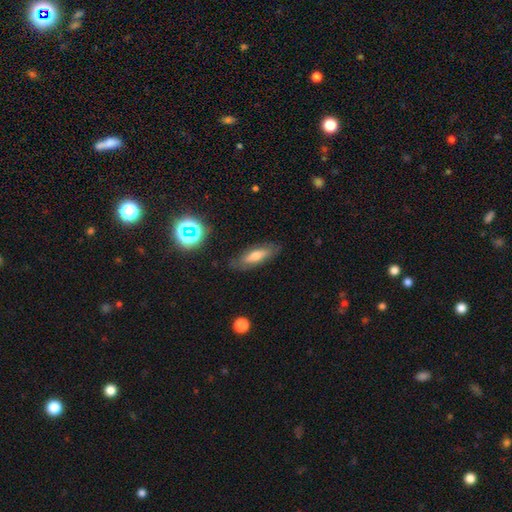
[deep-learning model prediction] smooth-or-featured: smooth: 60% | featured or disk: 30% | star or artifact: 10%
  how-rounded: in between: 53% | cigar-shaped: 44% | round: 3%
  merging: none: 81% | minor disturbance: 14% | major disturbance: 4% | merger: 2%